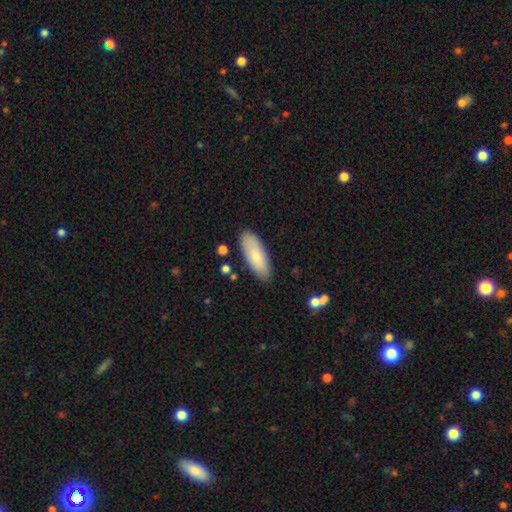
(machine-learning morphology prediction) smooth_or_featured: smooth (p=0.79) [alt: featured or disk p=0.15]
how_rounded: in between (p=0.75) [alt: cigar-shaped p=0.23]
merging: none (p=0.85) [alt: minor disturbance p=0.11]